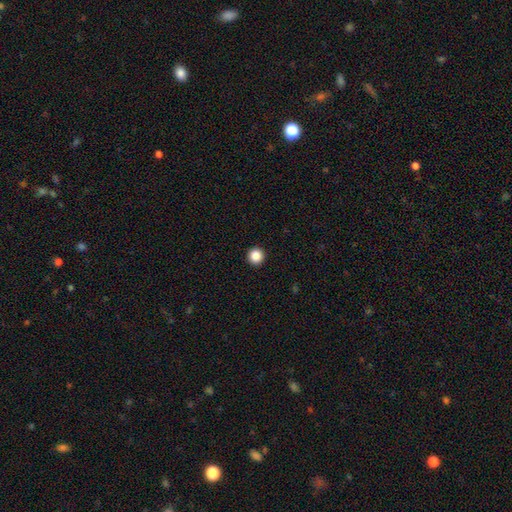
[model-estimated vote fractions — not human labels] Smooth or featured? smooth (87%)
How rounded? round (97%)
Merging? none (94%)